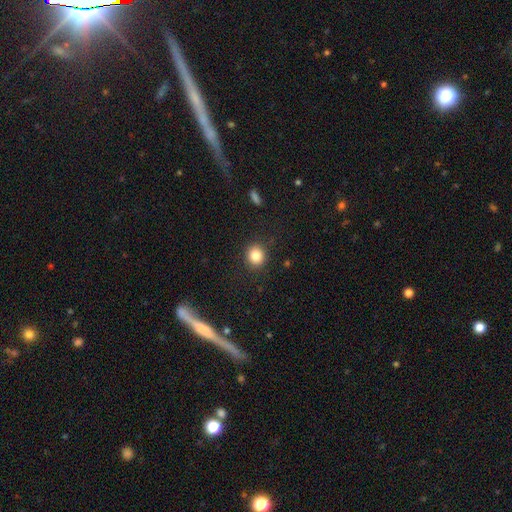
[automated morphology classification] A smooth galaxy with no disk features (84%) that is round (83%). Merging: none (89%).